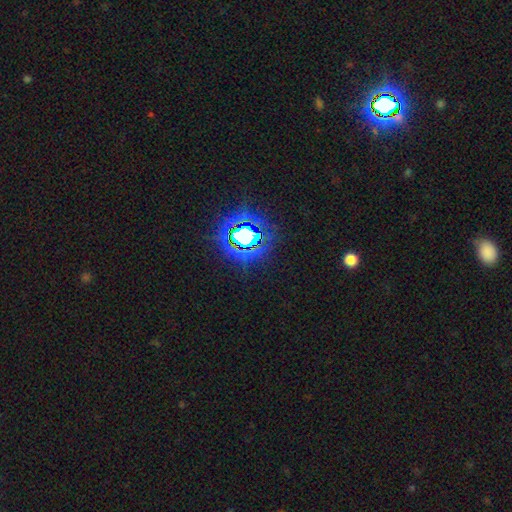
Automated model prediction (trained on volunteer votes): Overall: star or artifact (82%).